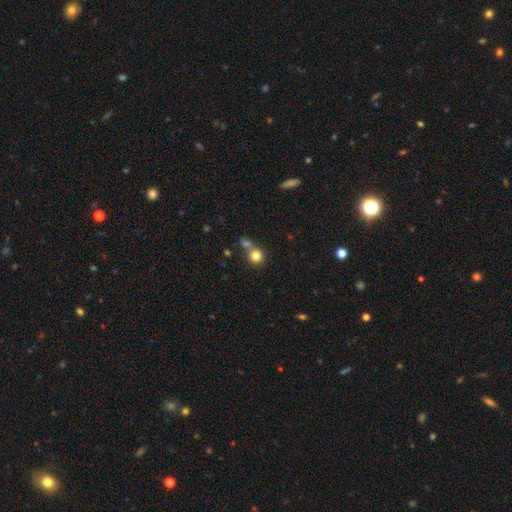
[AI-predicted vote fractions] The model was most divided on "merging": none: 56%, merger: 31%, minor disturbance: 9%, major disturbance: 4%. More confident: how rounded — round (90%); smooth or featured — smooth (81%).